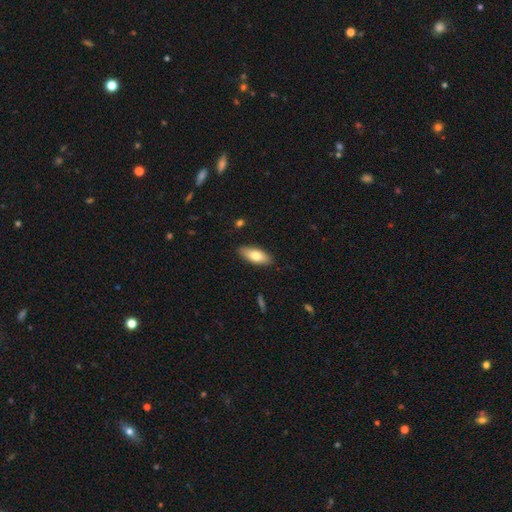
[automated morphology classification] Smooth or featured: smooth — 75% (featured or disk — 18%)
How rounded: in between — 79% (cigar-shaped — 19%)
Merging: none — 88% (minor disturbance — 9%)